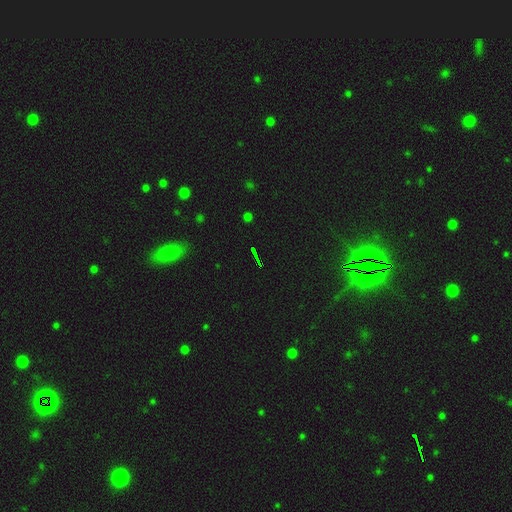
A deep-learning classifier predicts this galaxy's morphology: Overall: star or artifact (74%).